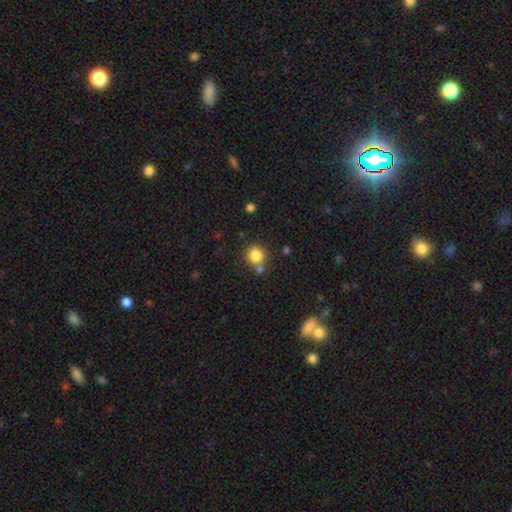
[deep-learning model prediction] This appears to be a smooth galaxy with no disk features (83%) that is round (90%). Merging: none (70%).